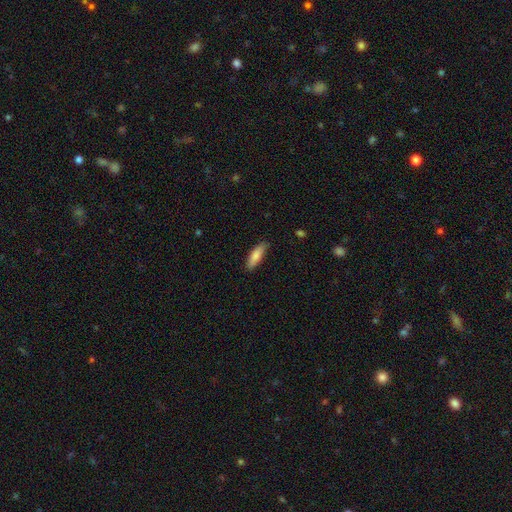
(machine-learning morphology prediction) Q: Smooth or featured?
A: smooth (81%); runner-up: featured or disk (13%)
Q: How rounded?
A: cigar-shaped (54%); runner-up: in between (45%)
Q: Merging?
A: none (83%); runner-up: minor disturbance (14%)